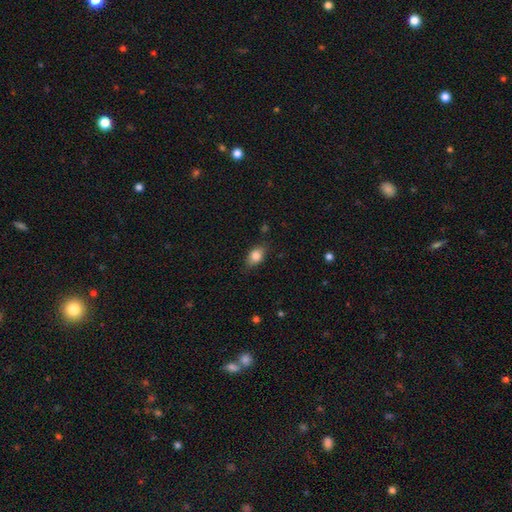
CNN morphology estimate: smooth-or-featured: smooth: 83% | featured or disk: 9% | star or artifact: 8%
  how-rounded: in between: 81% | round: 16% | cigar-shaped: 3%
  merging: none: 76% | minor disturbance: 19% | major disturbance: 4% | merger: 1%